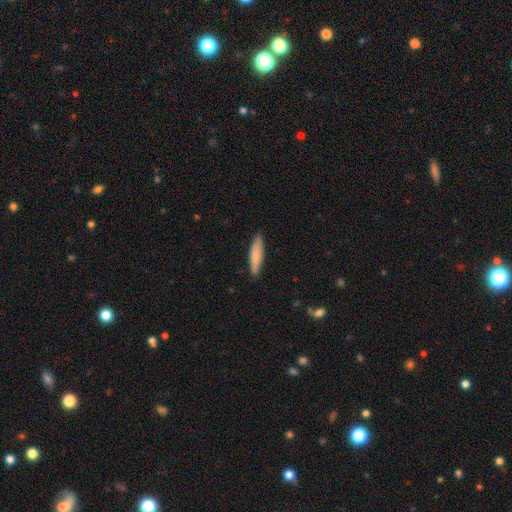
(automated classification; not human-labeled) This is clearly a smooth galaxy (82%). How rounded: likely cigar-shaped (78%). Merging: clearly none (87%).